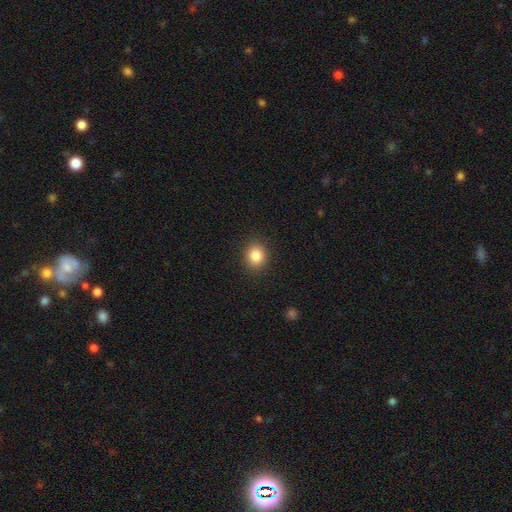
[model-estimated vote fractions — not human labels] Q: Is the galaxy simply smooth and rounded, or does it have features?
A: smooth — 85%.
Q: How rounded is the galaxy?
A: round — 72%.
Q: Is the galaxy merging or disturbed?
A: none — 90%.